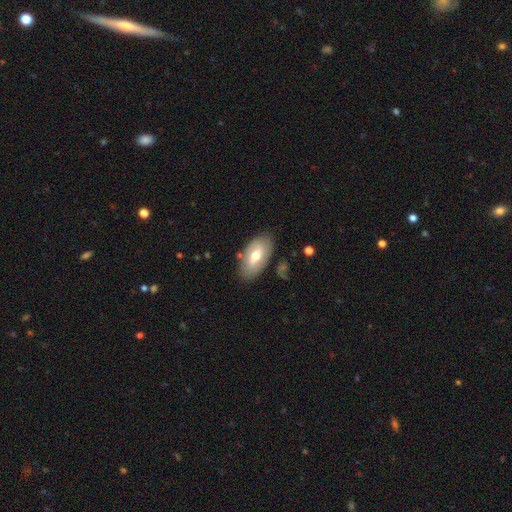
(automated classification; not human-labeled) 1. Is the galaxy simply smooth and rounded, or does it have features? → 55% smooth, 39% featured or disk, 6% star or artifact.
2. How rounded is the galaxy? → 92% in between, 4% cigar-shaped, 4% round.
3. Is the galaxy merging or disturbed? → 80% none, 13% minor disturbance, 4% major disturbance, 3% merger.